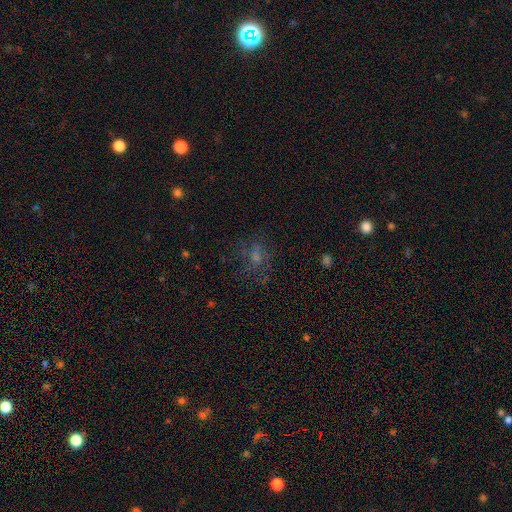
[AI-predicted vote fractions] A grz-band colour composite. It shows a smooth galaxy with no disk features (50%). Merging: none (56%).